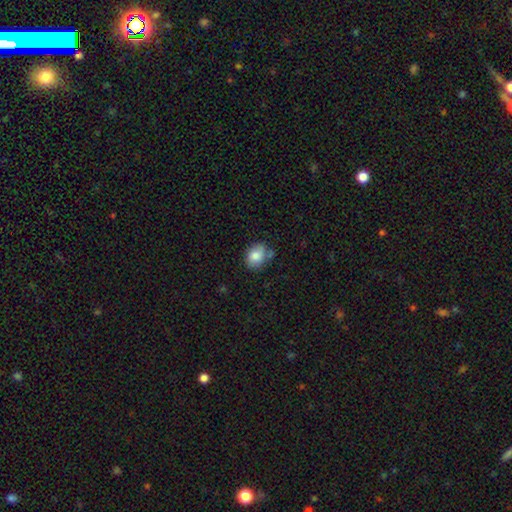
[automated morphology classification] This appears to be a smooth galaxy with no disk features (81%) that is in between round and cigar-shaped (53%). Merging: none (63%).